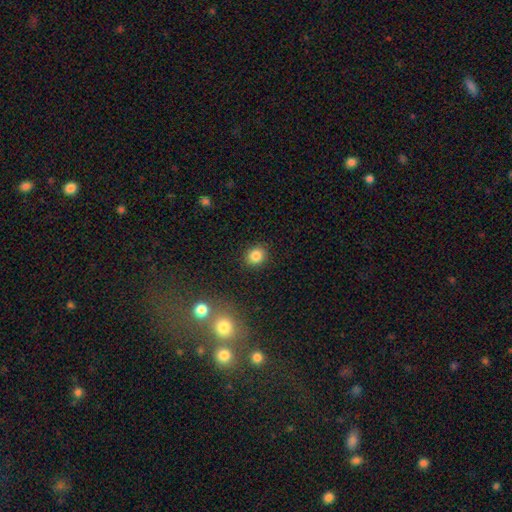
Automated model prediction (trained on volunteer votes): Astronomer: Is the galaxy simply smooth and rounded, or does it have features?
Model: smooth — 84%.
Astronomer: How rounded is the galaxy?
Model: round — 75%.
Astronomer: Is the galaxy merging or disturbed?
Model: none — 89%.